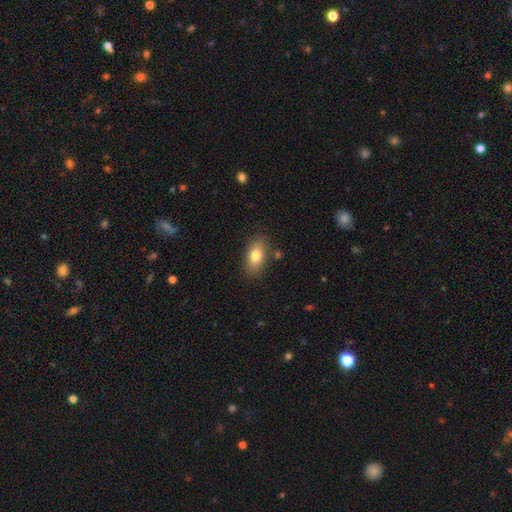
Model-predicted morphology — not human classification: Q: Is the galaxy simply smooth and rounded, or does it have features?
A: smooth — 79%.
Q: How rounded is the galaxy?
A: in between — 87%.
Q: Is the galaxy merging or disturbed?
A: none — 81%.